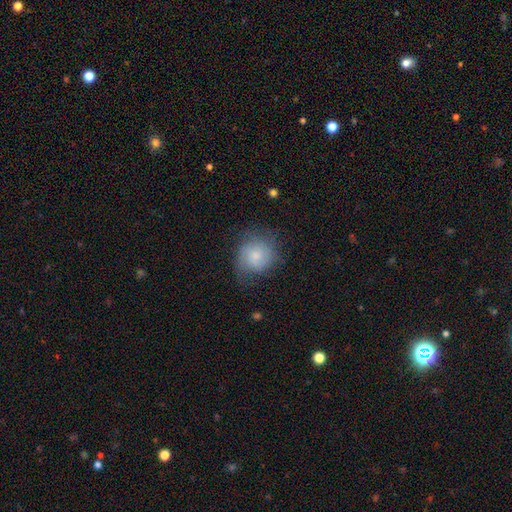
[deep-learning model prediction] A smooth galaxy with no disk features (52%) that is round (81%). Merging: none (62%).